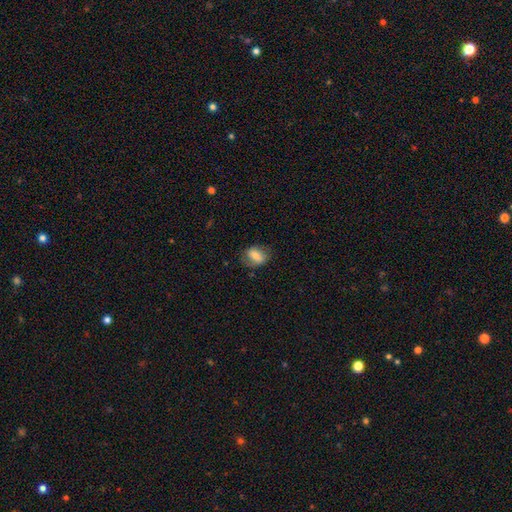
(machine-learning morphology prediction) This is likely a smooth galaxy (64%). How rounded: likely in between (73%). Merging: likely none (67%).